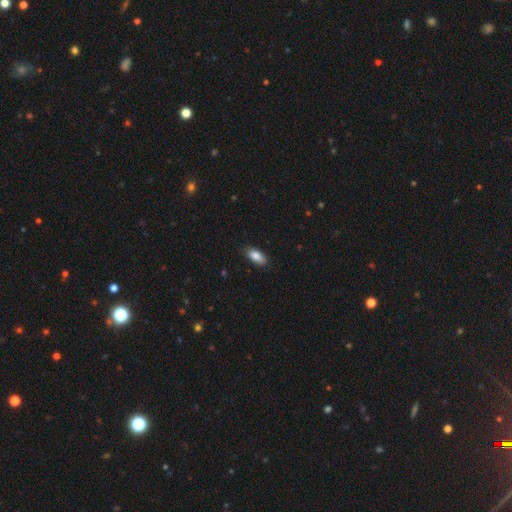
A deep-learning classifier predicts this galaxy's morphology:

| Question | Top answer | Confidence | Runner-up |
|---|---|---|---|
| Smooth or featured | smooth | 86% | featured or disk (7%) |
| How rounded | in between | 88% | cigar-shaped (9%) |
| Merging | none | 84% | minor disturbance (13%) |